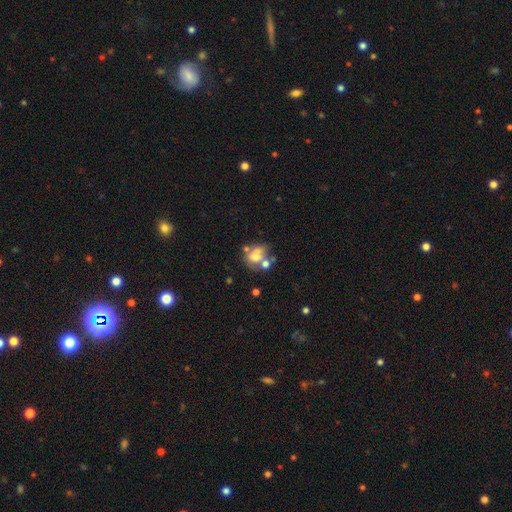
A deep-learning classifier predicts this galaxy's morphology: A smooth galaxy with no disk features (48%).

Vote fractions:
- Smooth or featured? smooth: 48% / featured or disk: 38% / star or artifact: 14%
- Merging? merger: 40% / none: 30% / major disturbance: 15% / minor disturbance: 14%